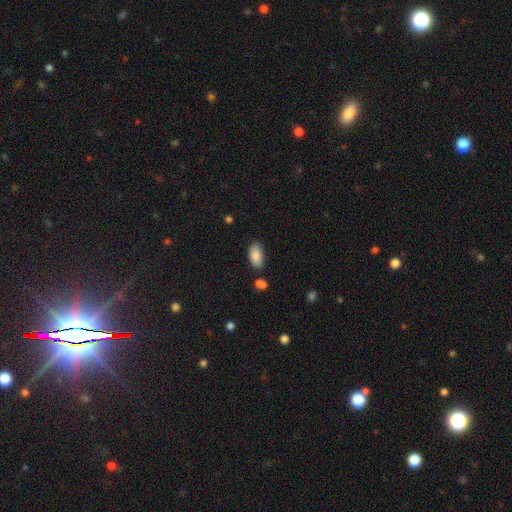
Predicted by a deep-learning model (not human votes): The model was most divided on "merging": none: 78%, minor disturbance: 14%, merger: 5%, major disturbance: 3%. More confident: how rounded — in between (94%); smooth or featured — smooth (87%).